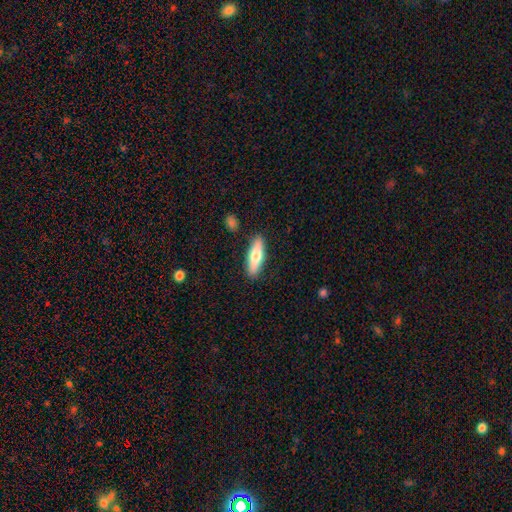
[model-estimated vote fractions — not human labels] The model was most divided on "how rounded": cigar-shaped: 56%, in between: 42%, round: 2%. More confident: merging — none (87%); smooth or featured — smooth (66%).